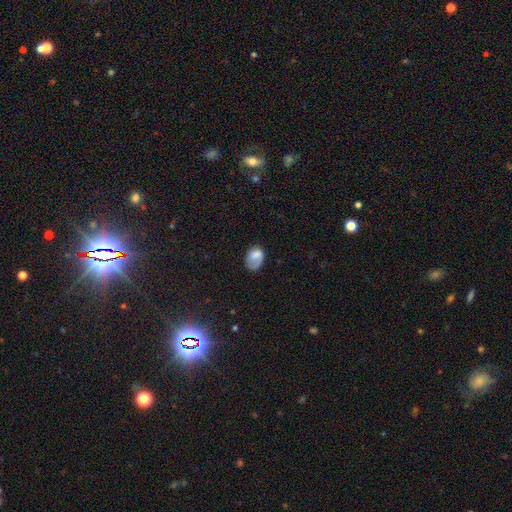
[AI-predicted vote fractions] A smooth galaxy with no disk features (74%) that is in between round and cigar-shaped (80%).

Vote fractions:
- Smooth or featured? smooth: 74% / featured or disk: 18% / star or artifact: 9%
- How rounded? in between: 80% / round: 19% / cigar-shaped: 1%
- Merging? none: 47% / minor disturbance: 31% / major disturbance: 19% / merger: 3%